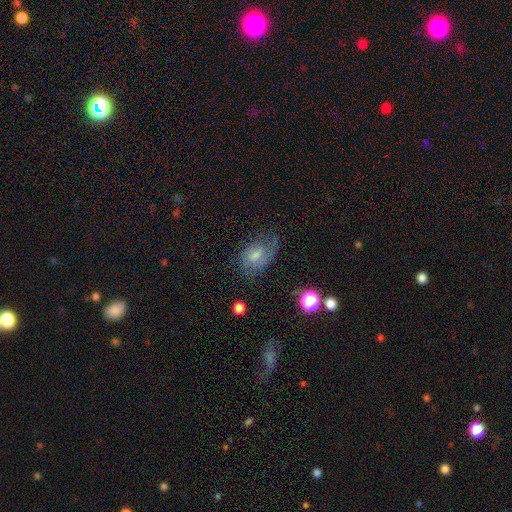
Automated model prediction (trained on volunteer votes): Overall: smooth (45%; featured or disk 44%). Merging: none (50%; minor disturbance 27%).